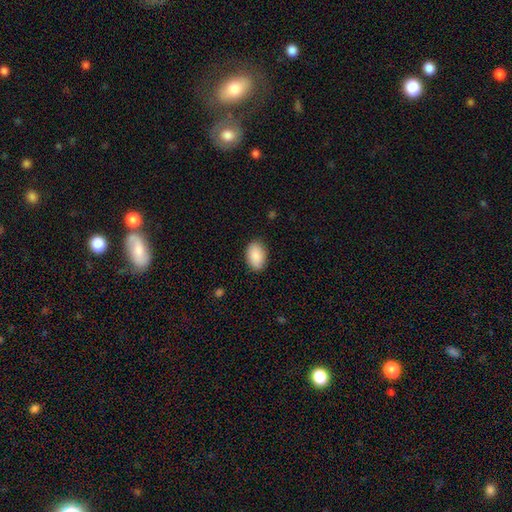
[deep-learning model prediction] Q: Smooth or featured?
A: smooth (89%); runner-up: star or artifact (6%)
Q: How rounded?
A: in between (89%); runner-up: round (10%)
Q: Merging?
A: none (87%); runner-up: minor disturbance (10%)